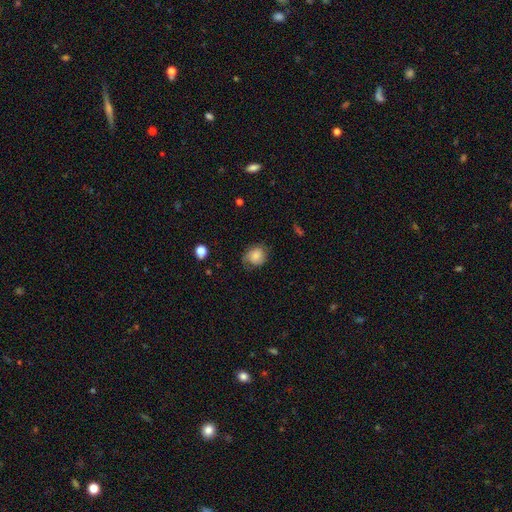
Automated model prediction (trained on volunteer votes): Smooth or featured? smooth (70%)
How rounded? round (61%)
Merging? none (56%)